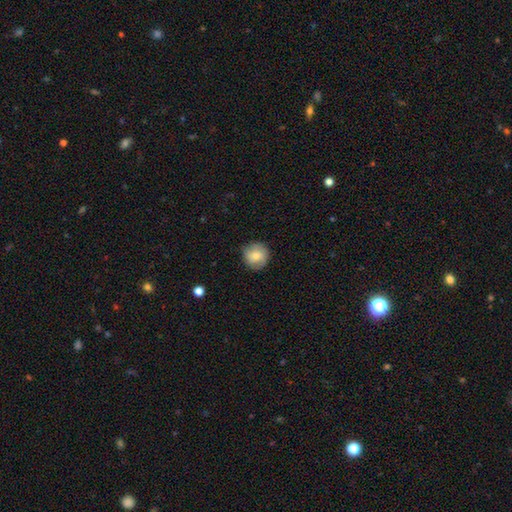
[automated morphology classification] type=smooth (73%); roundness=round (92%); merging=none (81%).